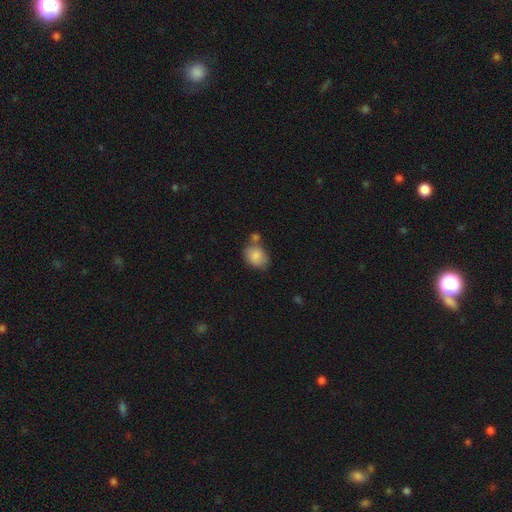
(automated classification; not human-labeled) This appears to be a smooth galaxy with no disk features (84%) that is in between round and cigar-shaped (66%). Merging: none (50%).